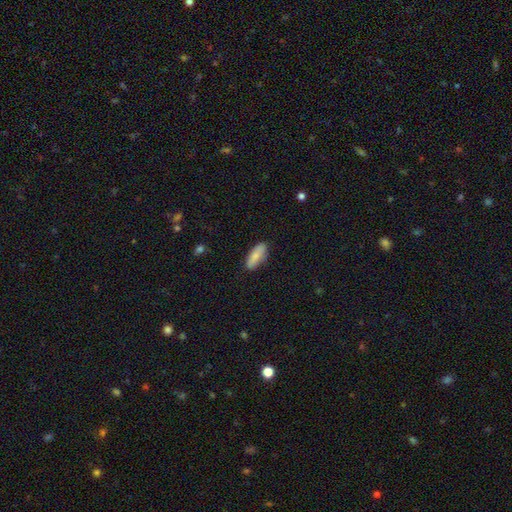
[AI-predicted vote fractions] smooth 79%, featured or disk 15%, star or artifact 6%. Down the decision tree: how rounded — in between (76%); merging — none (83%).